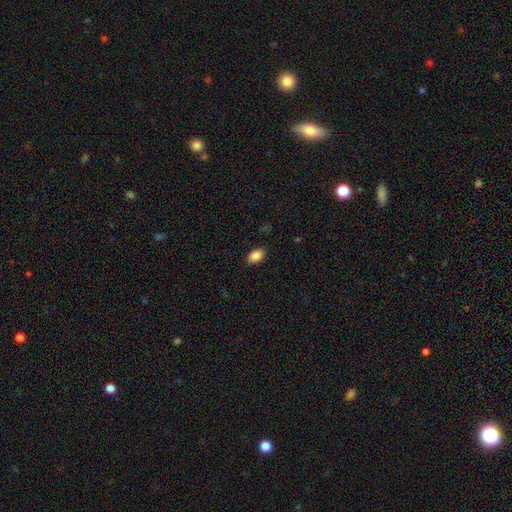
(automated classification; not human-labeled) This appears to be a smooth galaxy with no disk features (86%) that is in between round and cigar-shaped (91%). Merging: none (88%).